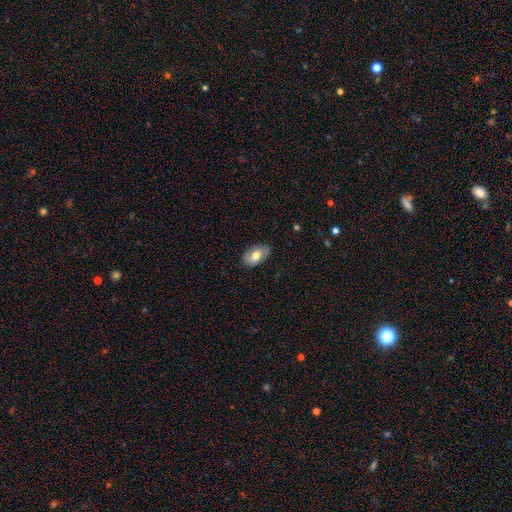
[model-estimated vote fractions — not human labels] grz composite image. It shows a smooth galaxy with no disk features (71%) that is in between round and cigar-shaped (91%). Merging: none (81%).